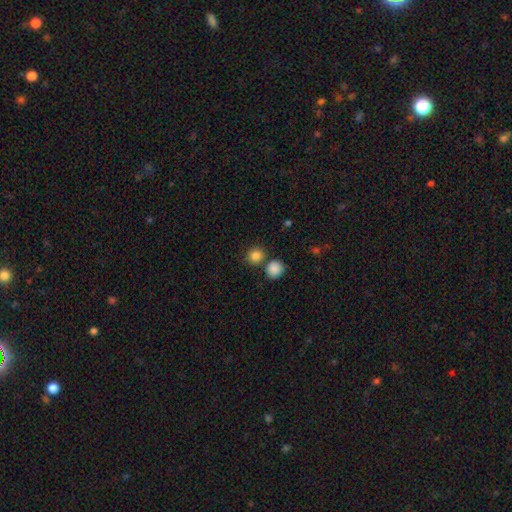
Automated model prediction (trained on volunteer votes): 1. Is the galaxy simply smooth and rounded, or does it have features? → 85% smooth, 11% star or artifact, 5% featured or disk.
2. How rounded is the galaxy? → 88% round, 11% in between, 1% cigar-shaped.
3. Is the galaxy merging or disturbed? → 71% none, 19% merger, 8% minor disturbance, 3% major disturbance.